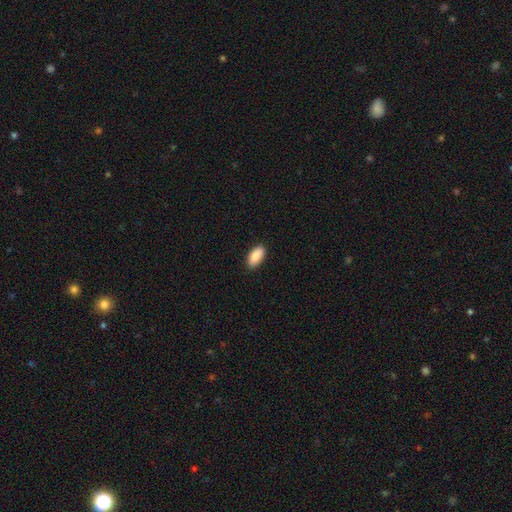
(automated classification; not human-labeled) Smooth or featured: smooth — 90% (star or artifact — 6%)
How rounded: in between — 92% (cigar-shaped — 6%)
Merging: none — 89% (minor disturbance — 8%)